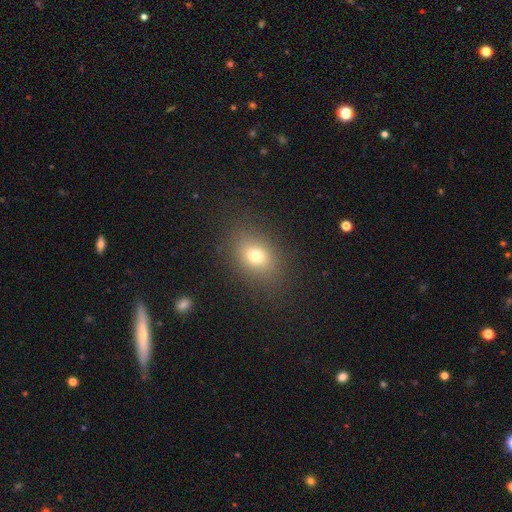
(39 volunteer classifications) Volunteers were most divided on "how rounded": in between: 74%, round: 26%, cigar-shaped: 0%. More confident: merging — none (95%); smooth or featured — smooth (87%).